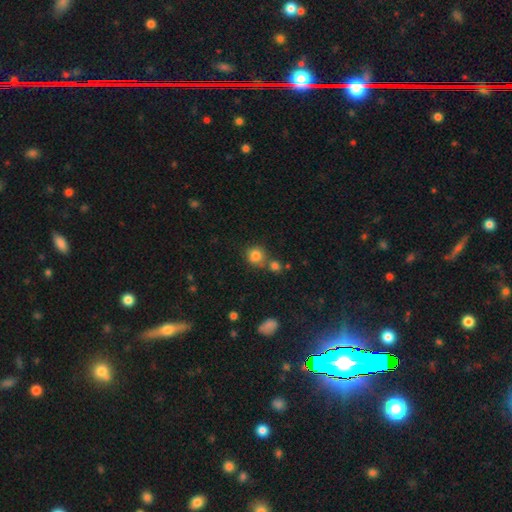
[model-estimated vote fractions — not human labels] Overall: smooth (82%). How rounded: round (88%). Merging: none (65%).